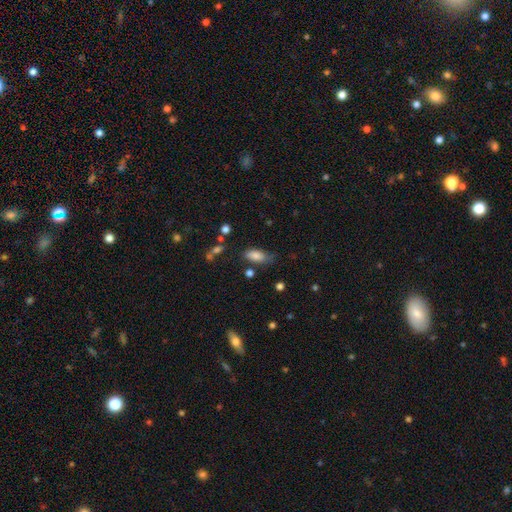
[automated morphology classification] This appears to be a smooth galaxy with no disk features (83%) that is in between round and cigar-shaped (87%). Merging: none (60%).